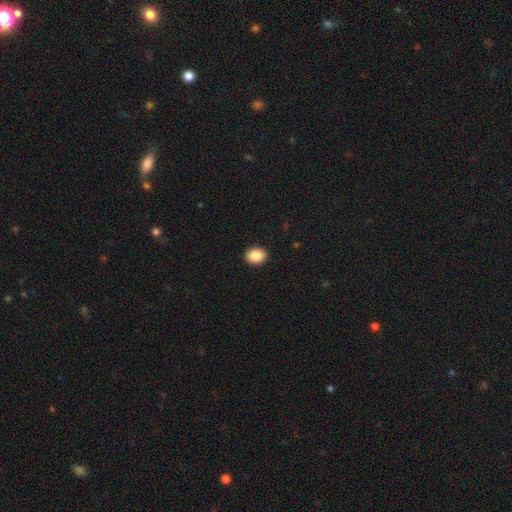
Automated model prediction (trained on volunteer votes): Smooth or featured?
  - smooth: 88% *
  - star or artifact: 8%
  - featured or disk: 4%
How rounded?
  - round: 53% *
  - in between: 46%
  - cigar-shaped: 1%
Merging?
  - none: 92% *
  - minor disturbance: 6%
  - major disturbance: 2%
  - merger: 1%